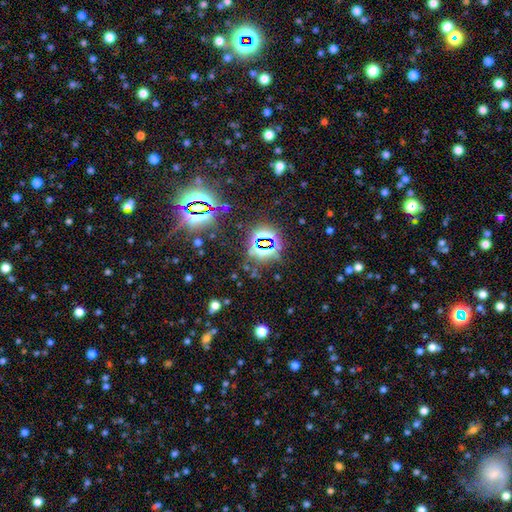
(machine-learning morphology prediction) smooth-or-featured: star or artifact: 80% | smooth: 11% | featured or disk: 9%